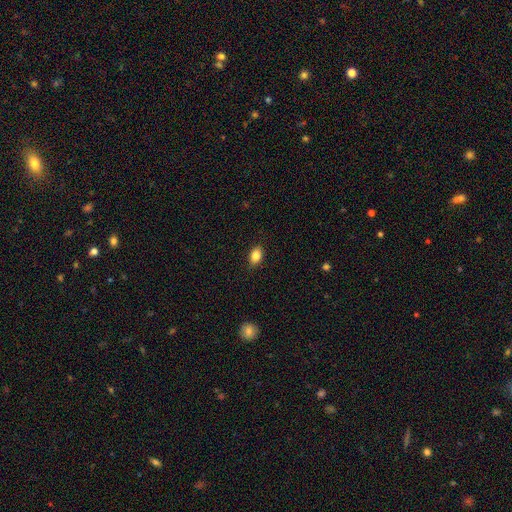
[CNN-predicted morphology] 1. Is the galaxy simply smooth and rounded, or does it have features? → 85% smooth, 9% star or artifact, 7% featured or disk.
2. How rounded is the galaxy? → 81% in between, 17% round, 2% cigar-shaped.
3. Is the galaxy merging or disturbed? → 86% none, 11% minor disturbance, 2% major disturbance, 1% merger.